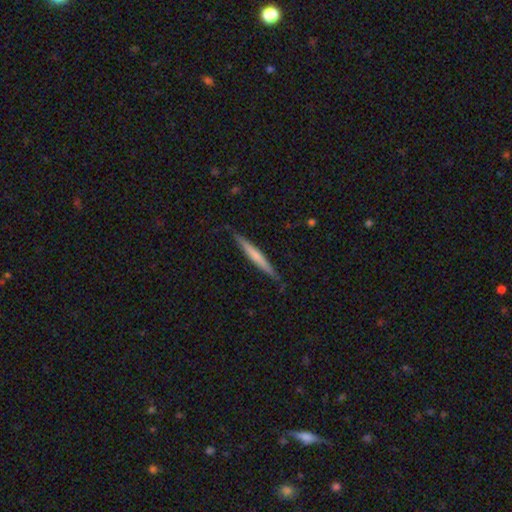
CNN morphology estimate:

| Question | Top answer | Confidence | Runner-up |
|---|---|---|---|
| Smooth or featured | smooth | 52% | featured or disk (42%) |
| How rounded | cigar-shaped | 96% | in between (3%) |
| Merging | none | 86% | minor disturbance (11%) |